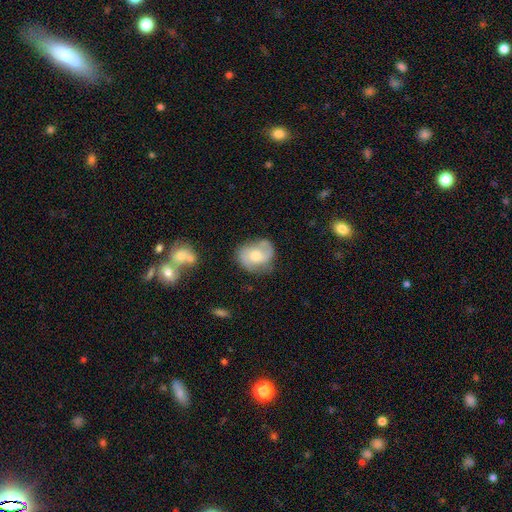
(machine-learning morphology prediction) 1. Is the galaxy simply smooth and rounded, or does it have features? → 61% featured or disk, 32% smooth, 7% star or artifact.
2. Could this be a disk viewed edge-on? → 97% no, 3% yes.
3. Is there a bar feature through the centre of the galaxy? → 65% no, 29% weak, 5% strong.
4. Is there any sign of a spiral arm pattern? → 86% yes, 14% no.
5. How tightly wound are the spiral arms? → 47% medium, 27% tight, 26% loose.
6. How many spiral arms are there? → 76% 2, 12% can't tell, 6% 1, 4% 3, 1% 4, 1% more than 4.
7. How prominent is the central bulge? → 61% moderate, 27% small, 8% large, 3% none, 1% dominant.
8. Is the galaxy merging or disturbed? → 63% none, 24% minor disturbance, 9% major disturbance, 3% merger.